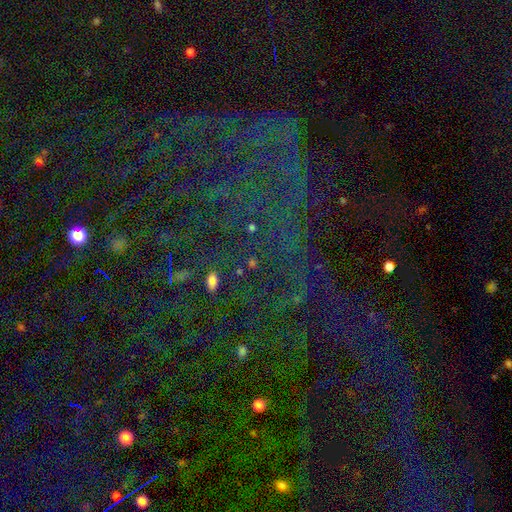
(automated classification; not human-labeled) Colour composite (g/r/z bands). It shows a star or artifact, not a galaxy (74%).